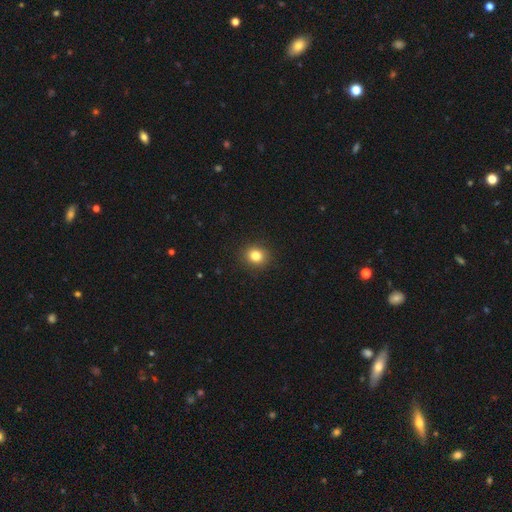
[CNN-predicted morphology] Smooth or featured?
  - smooth: 83% *
  - star or artifact: 11%
  - featured or disk: 5%
How rounded?
  - round: 78% *
  - in between: 21%
  - cigar-shaped: 1%
Merging?
  - none: 91% *
  - minor disturbance: 6%
  - major disturbance: 2%
  - merger: 1%